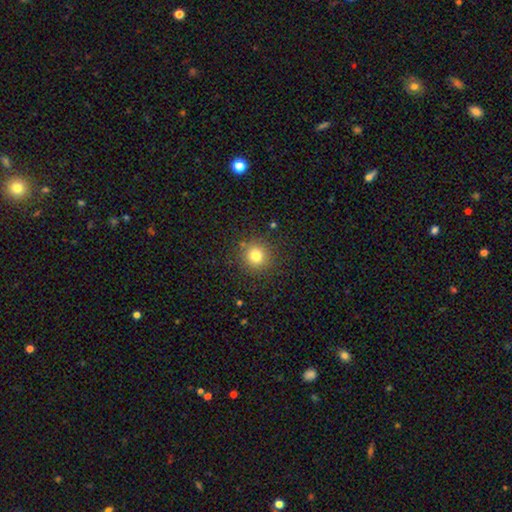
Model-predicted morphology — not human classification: smooth-or-featured: smooth: 78% | star or artifact: 14% | featured or disk: 7%
  how-rounded: round: 94% | in between: 5% | cigar-shaped: 1%
  merging: none: 88% | minor disturbance: 7% | major disturbance: 3% | merger: 2%